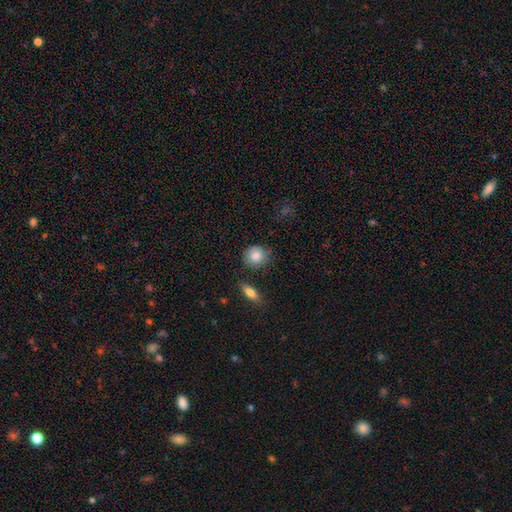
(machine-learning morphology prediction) A smooth galaxy with no disk features (84%) that is round (82%).

Vote fractions:
- Smooth or featured? smooth: 84% / featured or disk: 9% / star or artifact: 7%
- How rounded? round: 82% / in between: 17% / cigar-shaped: 2%
- Merging? none: 74% / minor disturbance: 18% / major disturbance: 4% / merger: 3%